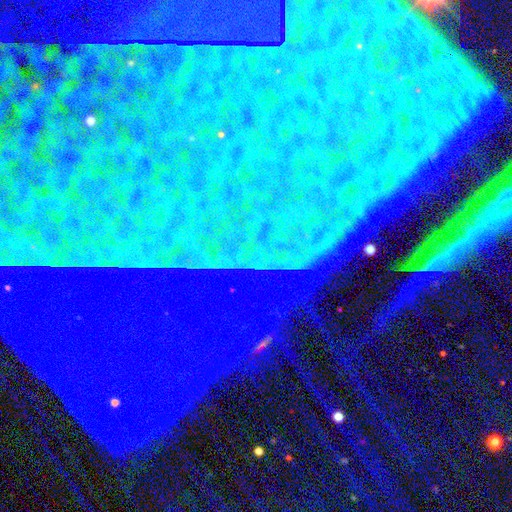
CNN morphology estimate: This appears to be a star or artifact, not a galaxy (87%).